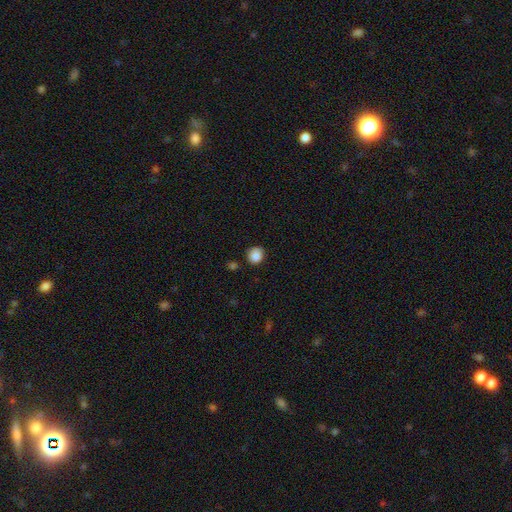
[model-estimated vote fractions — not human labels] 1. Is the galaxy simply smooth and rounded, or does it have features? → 86% smooth, 10% star or artifact, 4% featured or disk.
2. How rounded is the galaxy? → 85% round, 14% in between, 1% cigar-shaped.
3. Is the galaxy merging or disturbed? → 77% none, 17% minor disturbance, 4% major disturbance, 3% merger.